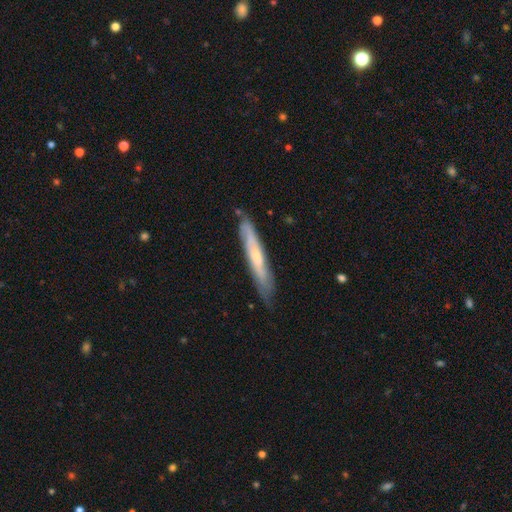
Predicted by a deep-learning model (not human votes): smooth-or-featured: featured or disk: 58% | smooth: 36% | star or artifact: 6%
  disk-edge-on: yes: 69% | no: 31%
  merging: none: 76% | minor disturbance: 19% | major disturbance: 3% | merger: 2%